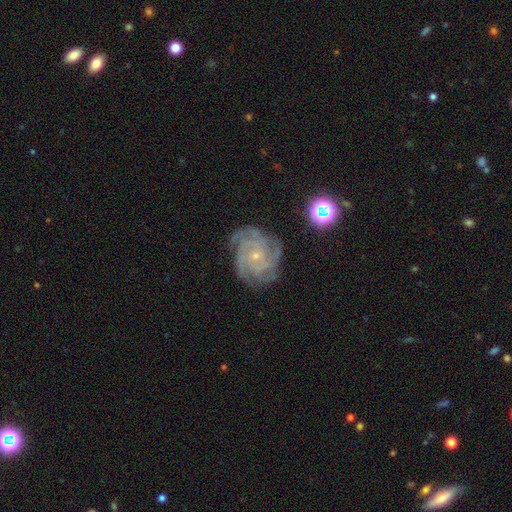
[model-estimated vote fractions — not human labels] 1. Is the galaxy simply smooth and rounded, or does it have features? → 85% featured or disk, 8% star or artifact, 7% smooth.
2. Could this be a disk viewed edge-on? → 98% no, 2% yes.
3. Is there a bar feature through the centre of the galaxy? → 76% no, 20% weak, 4% strong.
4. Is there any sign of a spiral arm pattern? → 98% yes, 2% no.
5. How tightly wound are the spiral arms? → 70% tight, 26% medium, 4% loose.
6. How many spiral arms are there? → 37% 4, 18% can't tell, 15% 3, 15% more than 4, 8% 2, 7% 1.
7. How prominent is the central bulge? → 81% small, 16% moderate, 2% none, 1% large, 1% dominant.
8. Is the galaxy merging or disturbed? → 77% none, 16% minor disturbance, 6% major disturbance, 2% merger.